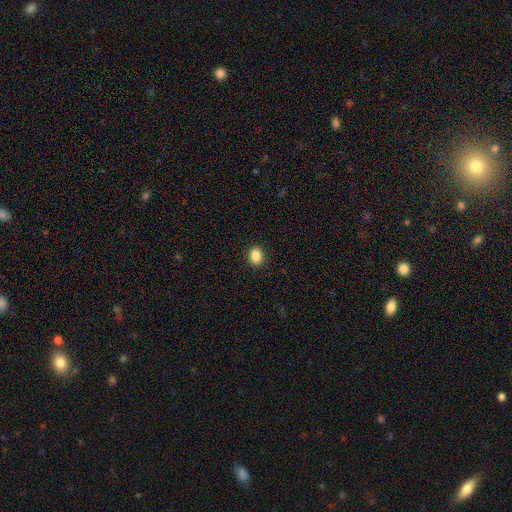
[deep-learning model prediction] A smooth galaxy with no disk features (86%) that is in between round and cigar-shaped (60%).

Vote fractions:
- Smooth or featured? smooth: 86% / star or artifact: 9% / featured or disk: 4%
- How rounded? in between: 60% / round: 38% / cigar-shaped: 1%
- Merging? none: 91% / minor disturbance: 6% / major disturbance: 2% / merger: 1%